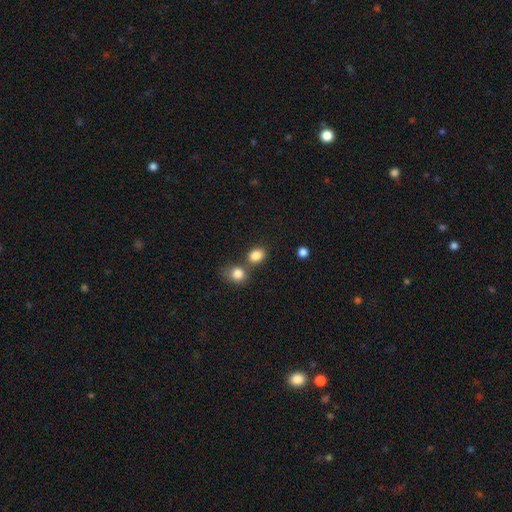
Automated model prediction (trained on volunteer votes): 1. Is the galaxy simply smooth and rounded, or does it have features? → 84% smooth, 10% star or artifact, 6% featured or disk.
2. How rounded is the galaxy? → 51% in between, 48% round, 1% cigar-shaped.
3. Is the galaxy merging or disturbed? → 56% none, 30% merger, 10% minor disturbance, 4% major disturbance.